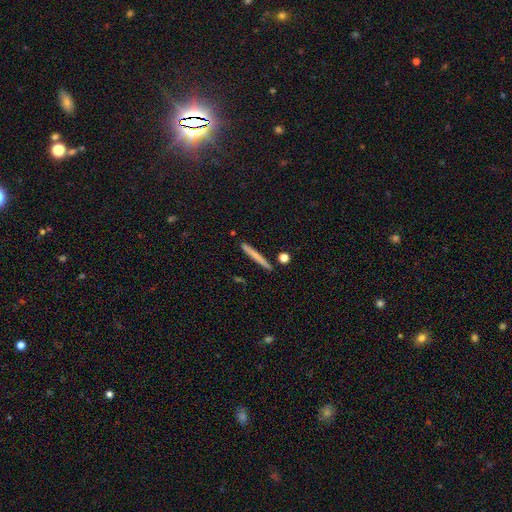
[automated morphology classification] smooth 67%, featured or disk 26%, star or artifact 7%. Down the decision tree: how rounded — cigar-shaped (96%); merging — none (89%).